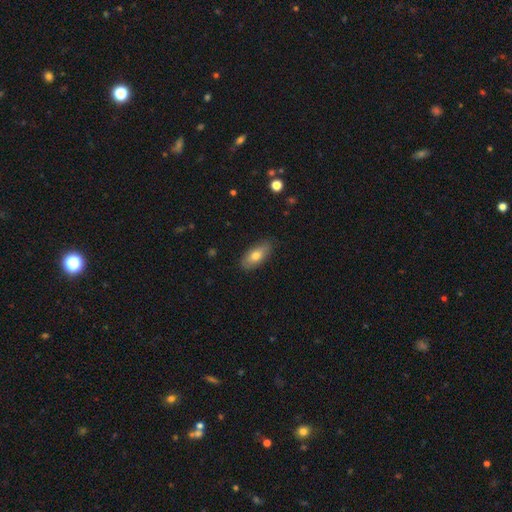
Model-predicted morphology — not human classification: smooth 71%, featured or disk 23%, star or artifact 6%. Down the decision tree: how rounded — in between (82%); merging — none (83%).